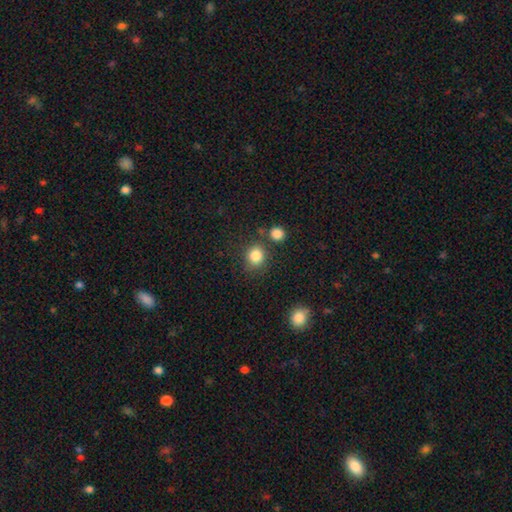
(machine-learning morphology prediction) Q: Smooth or featured?
A: smooth (84%); runner-up: star or artifact (10%)
Q: How rounded?
A: round (72%); runner-up: in between (27%)
Q: Merging?
A: none (73%); runner-up: minor disturbance (13%)